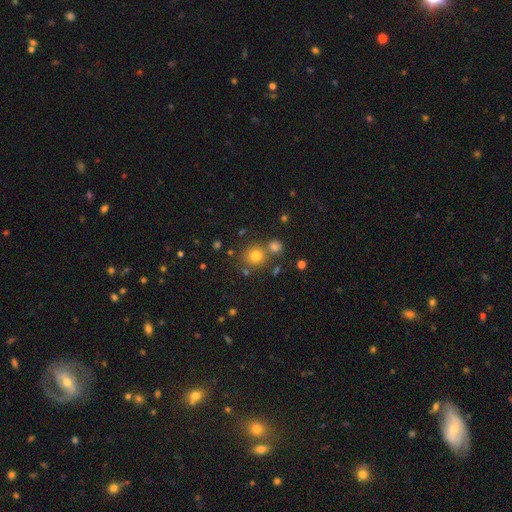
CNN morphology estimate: Overall: smooth (76%). How rounded: round (89%). Merging: none (69%).